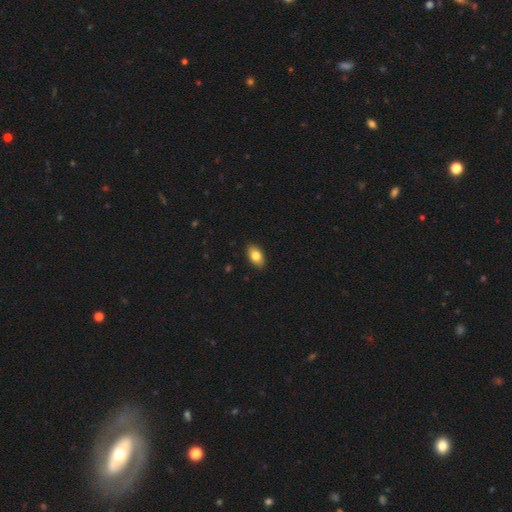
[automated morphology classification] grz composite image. It shows a smooth galaxy with no disk features (80%) that is in between round and cigar-shaped (91%). Merging: none (89%).